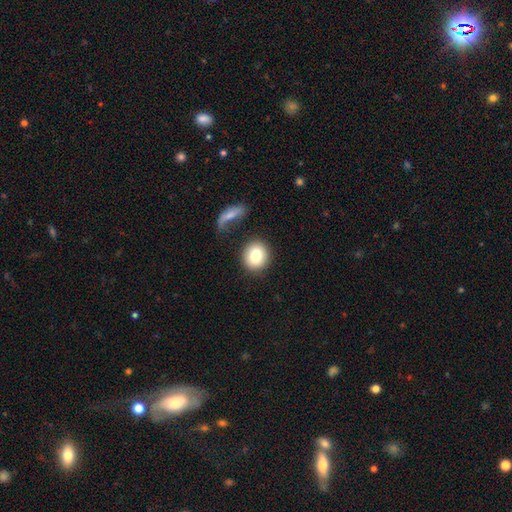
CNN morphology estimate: This is clearly a smooth galaxy (81%). How rounded: clearly round (83%). Merging: likely none (78%).